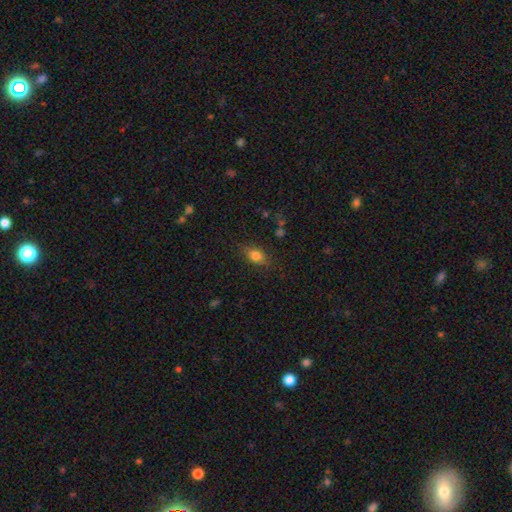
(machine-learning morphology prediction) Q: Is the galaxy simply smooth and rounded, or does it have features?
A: smooth — 79%.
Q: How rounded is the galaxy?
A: in between — 76%.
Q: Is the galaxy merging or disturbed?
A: none — 80%.